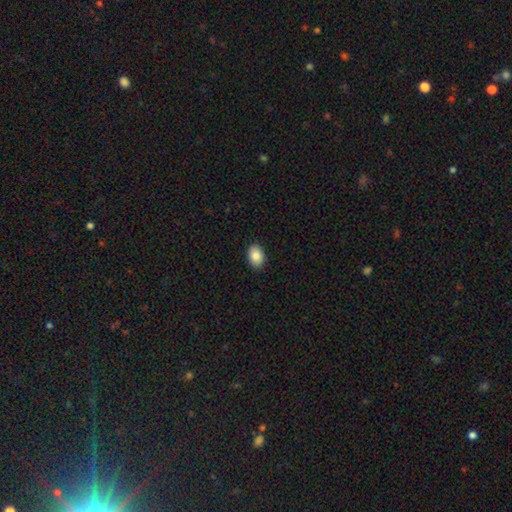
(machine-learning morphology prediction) A smooth galaxy with no disk features (87%) that is in between round and cigar-shaped (78%).

Vote fractions:
- Smooth or featured? smooth: 87% / star or artifact: 8% / featured or disk: 5%
- How rounded? in between: 78% / round: 21% / cigar-shaped: 1%
- Merging? none: 91% / minor disturbance: 7% / major disturbance: 2% / merger: 1%